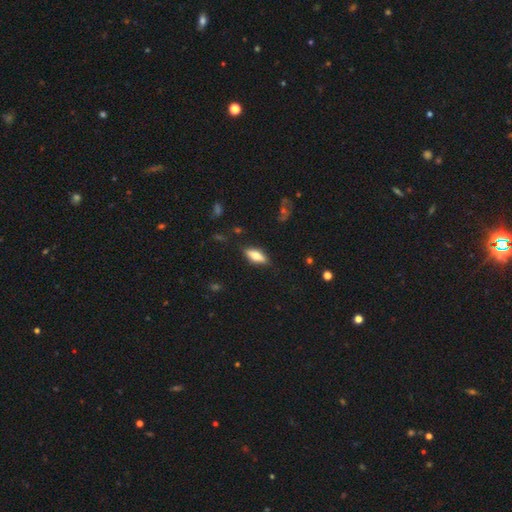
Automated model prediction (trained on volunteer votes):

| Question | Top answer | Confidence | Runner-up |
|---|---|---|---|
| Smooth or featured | smooth | 61% | featured or disk (32%) |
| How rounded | in between | 63% | cigar-shaped (35%) |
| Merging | none | 84% | minor disturbance (12%) |